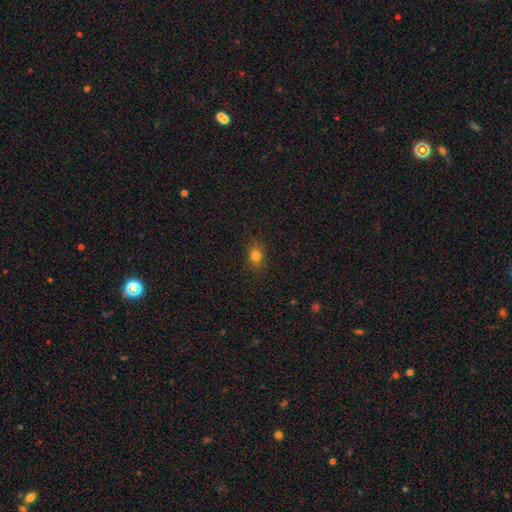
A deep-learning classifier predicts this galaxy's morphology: Smooth or featured? Predicted: smooth (p=0.80). How rounded? Predicted: round (p=0.52). Merging? Predicted: none (p=0.88).